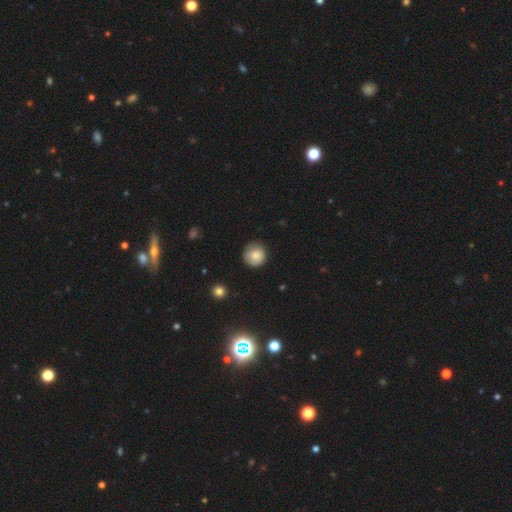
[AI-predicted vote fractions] A smooth galaxy with no disk features (83%) that is round (93%). Merging: none (80%).